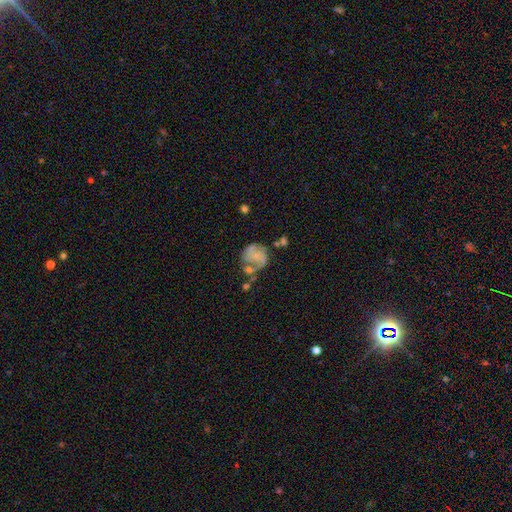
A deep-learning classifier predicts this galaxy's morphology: The model was most divided on "spiral winding": medium: 43%, tight: 35%, loose: 22%. Remaining: edge-on disk — no (98%); spiral arms — yes (86%); bar — no (72%); smooth or featured — featured or disk (67%); bulge size — none (60%); merging — none (48%); spiral arm count — 2 (47%).